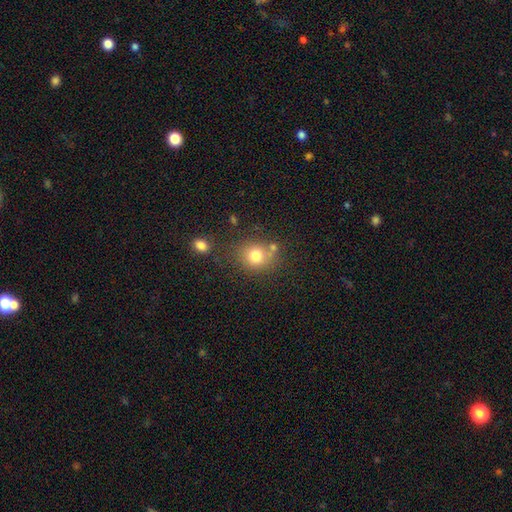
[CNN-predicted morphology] Smooth or featured: smooth — 77% (star or artifact — 13%)
How rounded: round — 77% (in between — 23%)
Merging: none — 65% (minor disturbance — 15%)